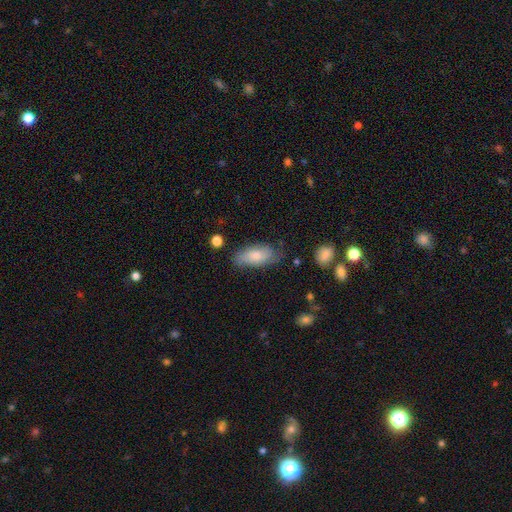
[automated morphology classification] Overall: smooth (69%). How rounded: in between (86%). Merging: none (65%; minor disturbance 26%).